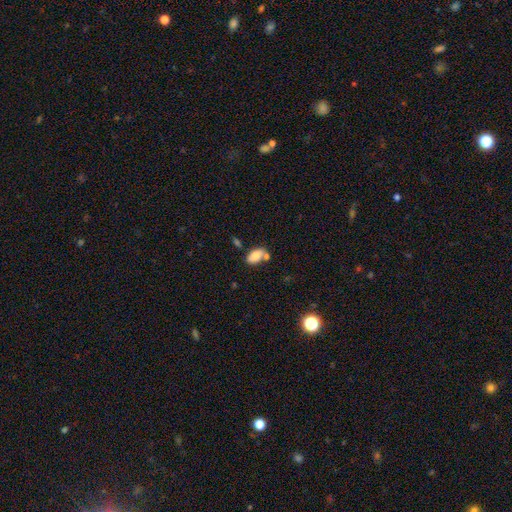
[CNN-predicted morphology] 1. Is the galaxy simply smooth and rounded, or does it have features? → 72% smooth, 20% featured or disk, 8% star or artifact.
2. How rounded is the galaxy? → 91% in between, 7% round, 2% cigar-shaped.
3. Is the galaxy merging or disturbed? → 50% none, 27% merger, 18% minor disturbance, 6% major disturbance.